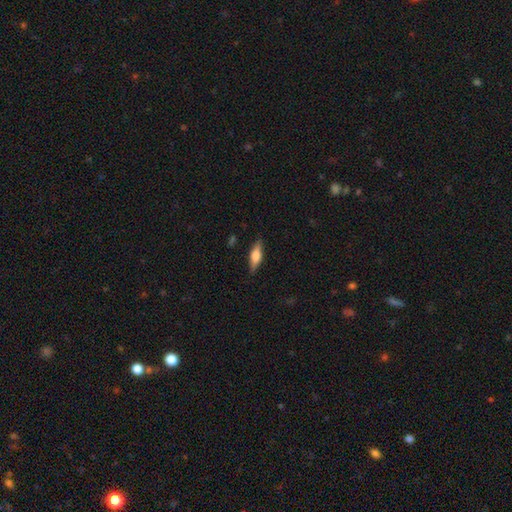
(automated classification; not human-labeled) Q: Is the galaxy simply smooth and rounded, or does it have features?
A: smooth — 51%.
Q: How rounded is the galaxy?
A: cigar-shaped — 52%.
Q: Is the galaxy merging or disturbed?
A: none — 85%.